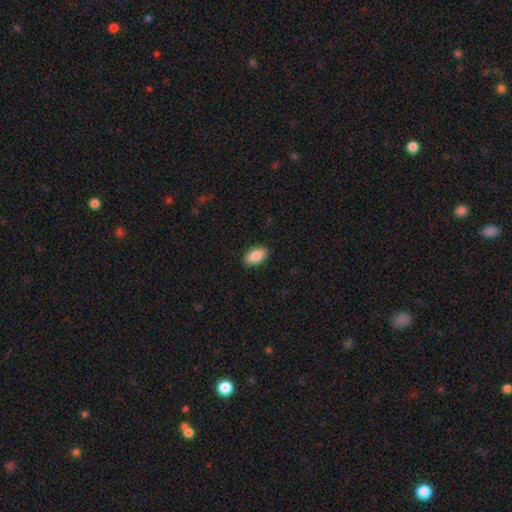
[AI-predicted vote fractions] This is clearly a smooth galaxy (87%). How rounded: clearly in between (93%). Merging: clearly none (89%).